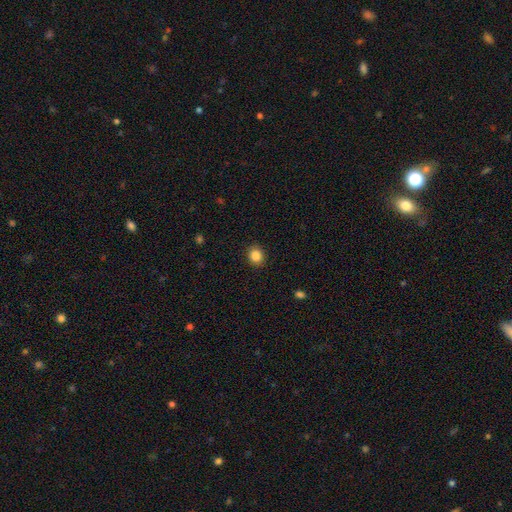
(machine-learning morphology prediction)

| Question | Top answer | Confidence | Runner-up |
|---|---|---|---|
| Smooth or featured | smooth | 86% | star or artifact (10%) |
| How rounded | round | 74% | in between (25%) |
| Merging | none | 90% | minor disturbance (7%) |